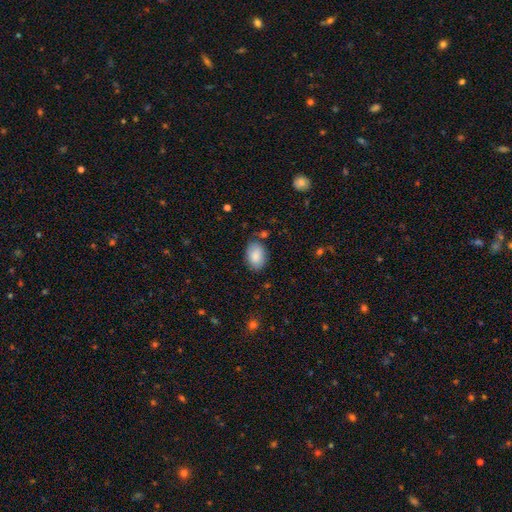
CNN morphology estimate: Smooth or featured? smooth (86%)
How rounded? in between (86%)
Merging? none (76%)